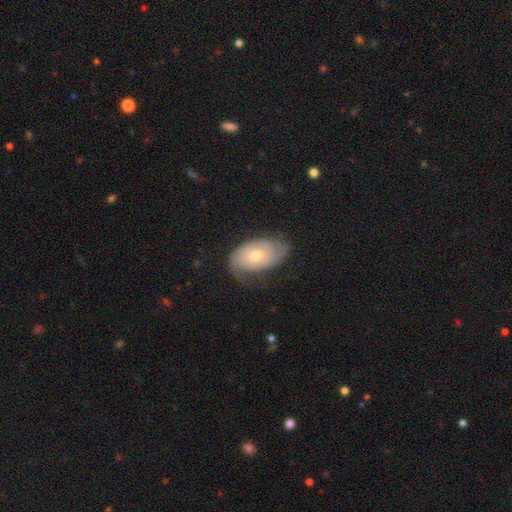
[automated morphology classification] This appears to be a featured or disk galaxy (54%) with no bar (78%), spiral arms (76%) and a moderate central bulge (65%). Merging: none (60%).